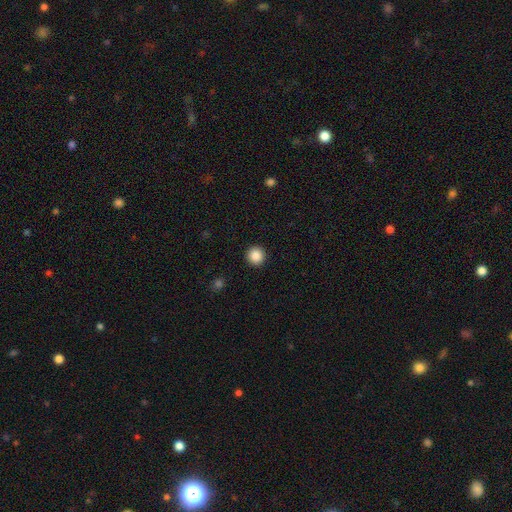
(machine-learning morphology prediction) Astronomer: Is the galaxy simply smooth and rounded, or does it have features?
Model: smooth — 87%.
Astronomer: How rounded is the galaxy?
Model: round — 95%.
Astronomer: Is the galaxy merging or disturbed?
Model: none — 93%.